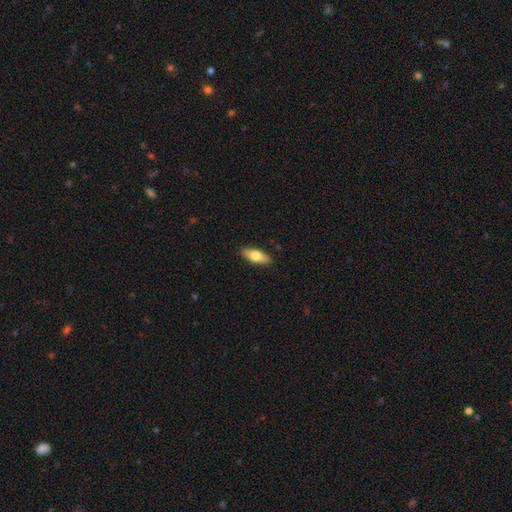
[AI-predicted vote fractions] Smooth or featured: smooth — 64% (featured or disk — 30%)
How rounded: in between — 66% (cigar-shaped — 31%)
Merging: none — 89% (minor disturbance — 8%)